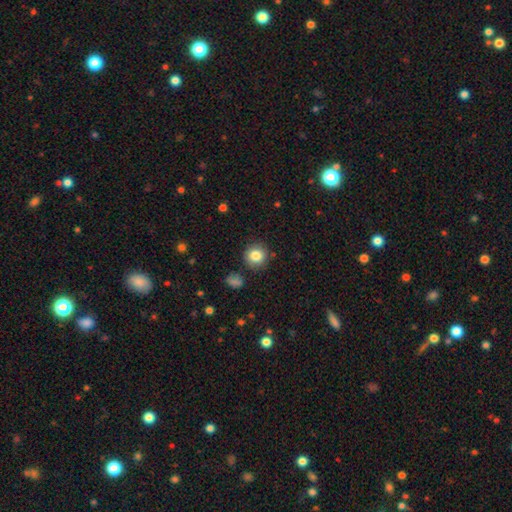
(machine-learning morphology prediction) Q: Smooth or featured?
A: smooth (84%); runner-up: star or artifact (10%)
Q: How rounded?
A: round (90%); runner-up: in between (9%)
Q: Merging?
A: none (87%); runner-up: minor disturbance (8%)